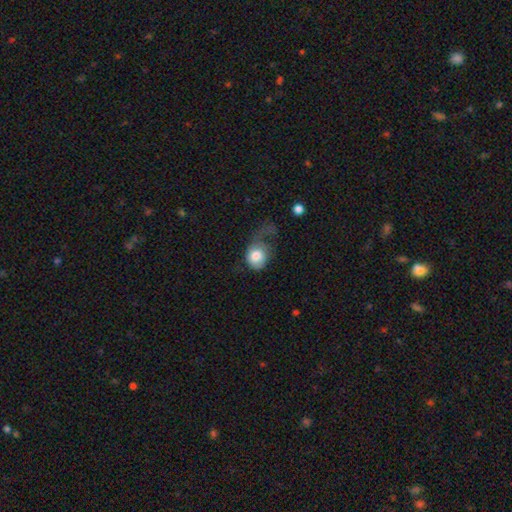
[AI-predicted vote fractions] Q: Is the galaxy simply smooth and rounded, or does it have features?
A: smooth — 76%.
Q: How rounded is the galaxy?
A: round — 63%.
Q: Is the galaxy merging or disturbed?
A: major disturbance — 57%.